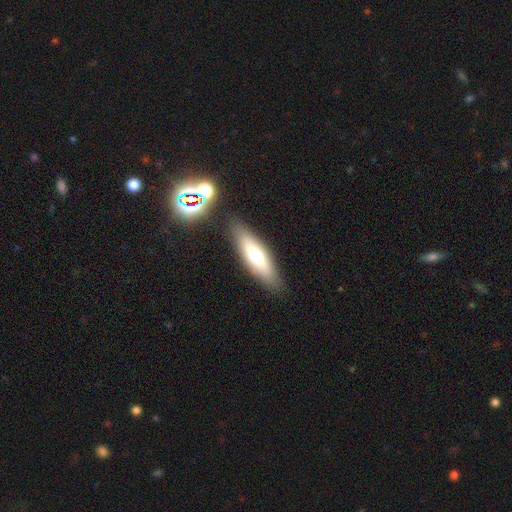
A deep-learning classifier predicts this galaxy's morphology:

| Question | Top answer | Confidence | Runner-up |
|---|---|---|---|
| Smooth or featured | smooth | 61% | featured or disk (31%) |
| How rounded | cigar-shaped | 53% | in between (45%) |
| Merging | none | 82% | minor disturbance (11%) |